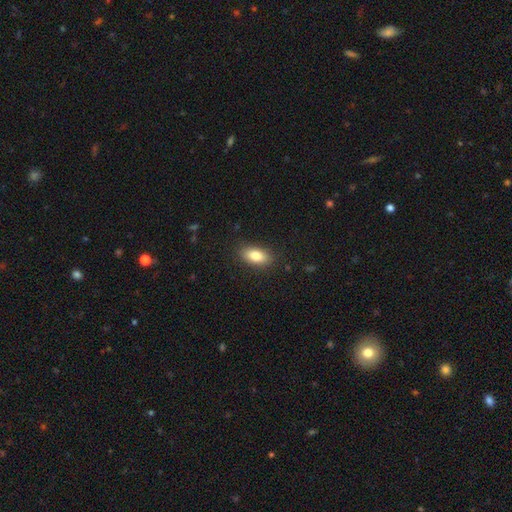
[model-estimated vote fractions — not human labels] The model was most divided on "smooth or featured": smooth: 83%, featured or disk: 9%, star or artifact: 7%. More confident: how rounded — in between (89%); merging — none (87%).